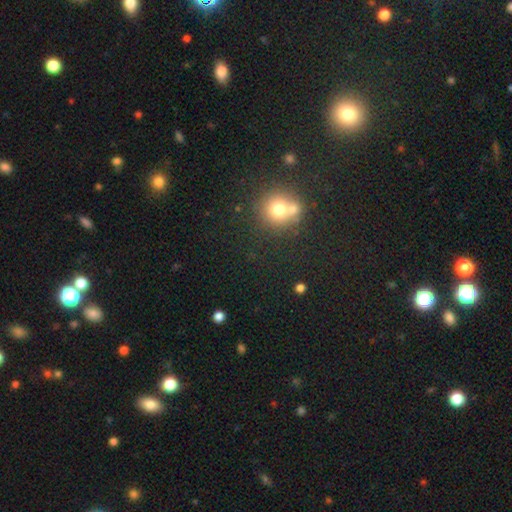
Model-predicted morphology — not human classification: Smooth or featured: smooth — 59% (star or artifact — 31%)
How rounded: round — 88% (in between — 11%)
Merging: none — 67% (merger — 20%)